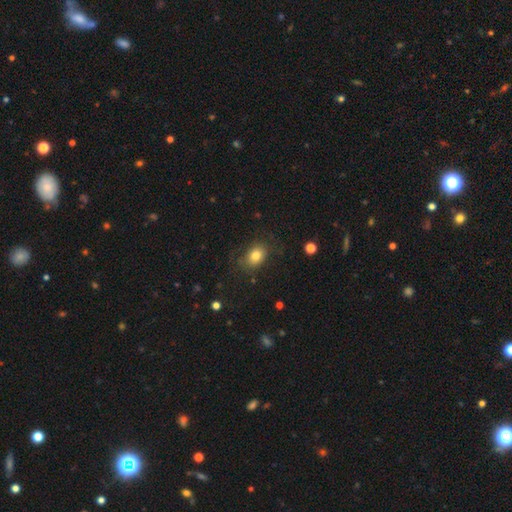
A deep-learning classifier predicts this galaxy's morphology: A smooth galaxy with no disk features (78%) that is in between round and cigar-shaped (64%). Merging: none (75%).